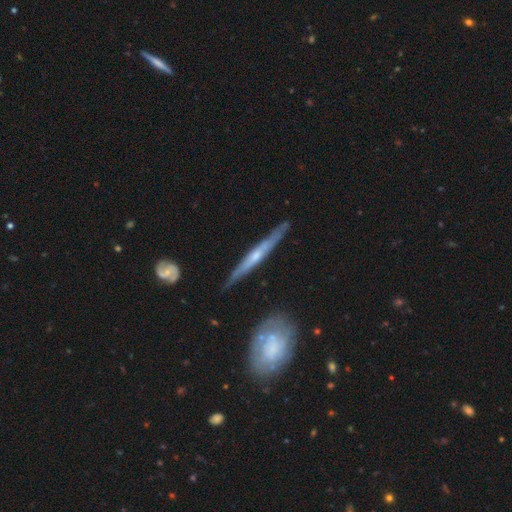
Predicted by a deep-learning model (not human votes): Smooth or featured? featured or disk (73%)
Edge-on disk? yes (95%)
Edge-on bulge? rounded (65%)
Merging? none (84%)